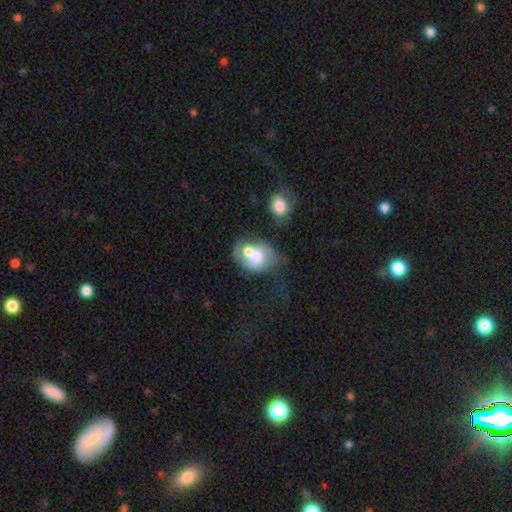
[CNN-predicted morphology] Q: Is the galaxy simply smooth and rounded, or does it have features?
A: smooth — 56%.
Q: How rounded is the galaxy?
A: in between — 52%.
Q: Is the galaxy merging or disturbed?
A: merger — 62%.